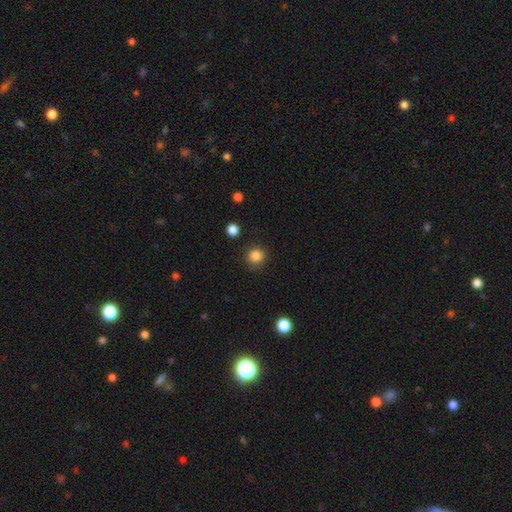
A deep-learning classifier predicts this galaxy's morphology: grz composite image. It shows a smooth galaxy with no disk features (85%) that is round (89%). Merging: none (85%).